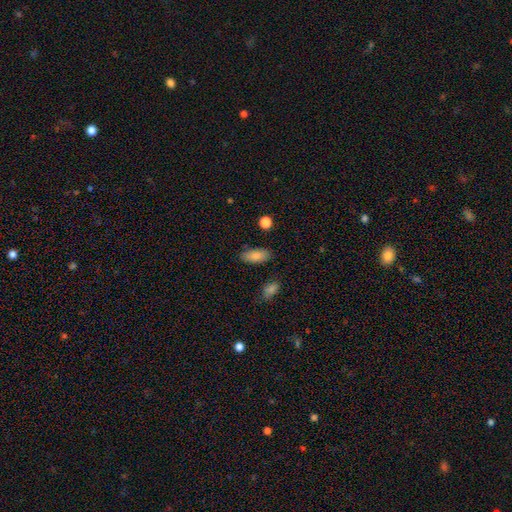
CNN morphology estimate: This appears to be a smooth galaxy with no disk features (85%) that is in between round and cigar-shaped (89%). Merging: none (83%).